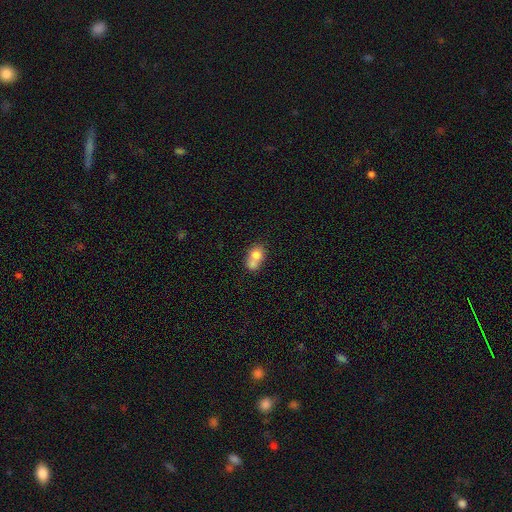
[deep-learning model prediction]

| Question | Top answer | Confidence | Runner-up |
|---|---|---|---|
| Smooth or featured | smooth | 72% | featured or disk (19%) |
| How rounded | in between | 51% | round (47%) |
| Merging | merger | 61% | none (25%) |